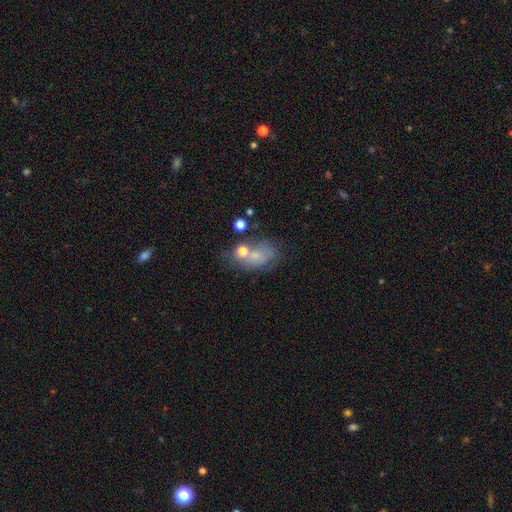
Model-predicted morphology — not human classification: Smooth or featured?
  - smooth: 53% *
  - featured or disk: 28%
  - star or artifact: 19%
How rounded?
  - in between: 69% *
  - round: 28%
  - cigar-shaped: 2%
Merging?
  - none: 40% *
  - merger: 22%
  - minor disturbance: 21%
  - major disturbance: 18%